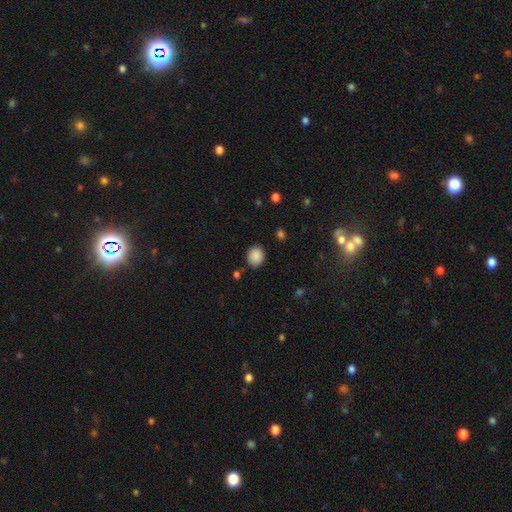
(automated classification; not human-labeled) This is clearly a smooth galaxy (88%). How rounded: likely round (66%). Merging: clearly none (82%).